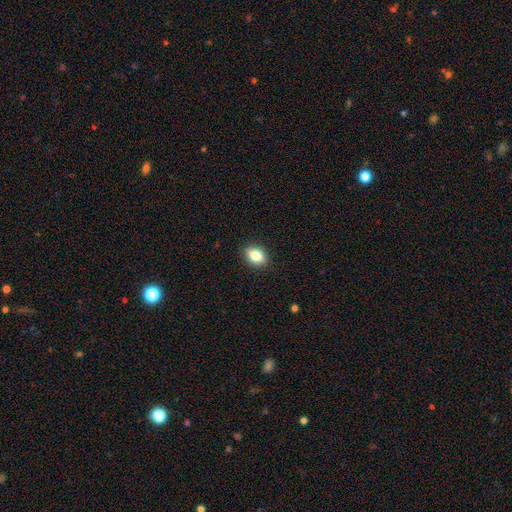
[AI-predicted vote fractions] Smooth or featured? Predicted: smooth (p=0.81). How rounded? Predicted: in between (p=0.75). Merging? Predicted: none (p=0.89).